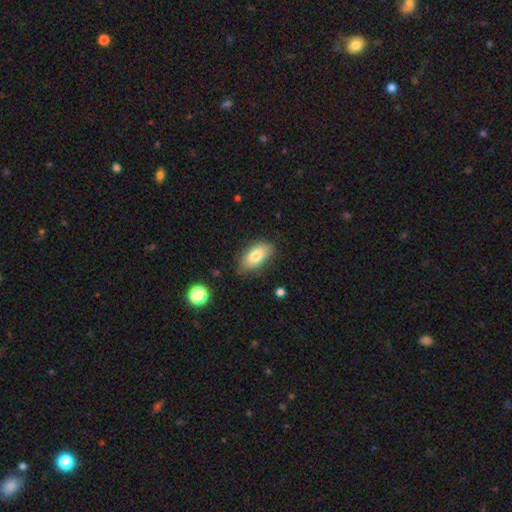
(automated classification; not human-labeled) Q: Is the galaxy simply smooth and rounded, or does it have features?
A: smooth — 79%.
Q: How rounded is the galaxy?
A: in between — 90%.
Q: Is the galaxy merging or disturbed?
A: none — 80%.